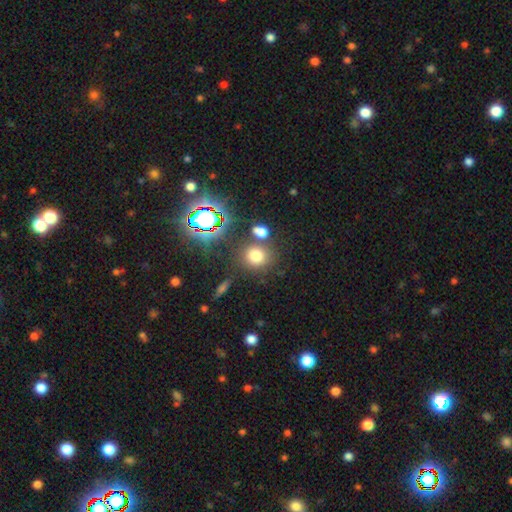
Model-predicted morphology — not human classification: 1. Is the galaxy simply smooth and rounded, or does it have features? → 69% smooth, 22% star or artifact, 8% featured or disk.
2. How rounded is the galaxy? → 79% round, 19% in between, 1% cigar-shaped.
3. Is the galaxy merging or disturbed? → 71% none, 14% merger, 10% minor disturbance, 4% major disturbance.